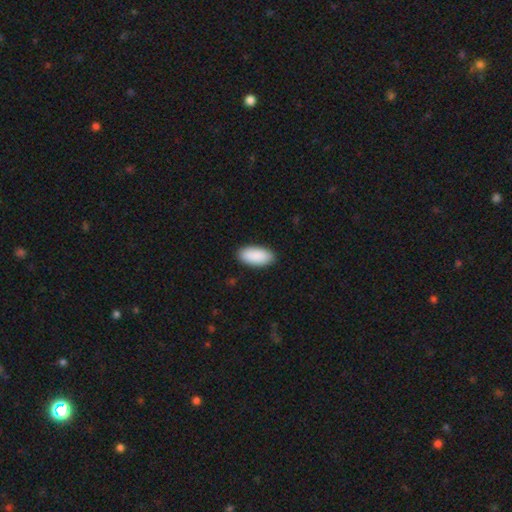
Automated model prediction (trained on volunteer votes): Smooth or featured? Predicted: smooth (p=0.91). How rounded? Predicted: in between (p=0.94). Merging? Predicted: none (p=0.89).